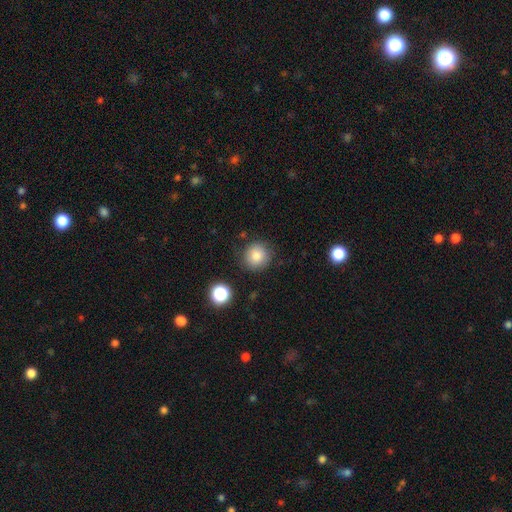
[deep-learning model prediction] Overall: smooth (83%). How rounded: round (91%). Merging: none (85%).